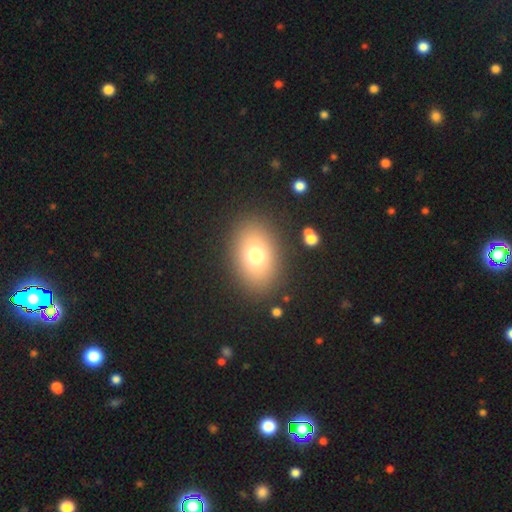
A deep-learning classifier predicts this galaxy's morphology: Overall: smooth (73%). How rounded: in between (75%). Merging: none (86%).